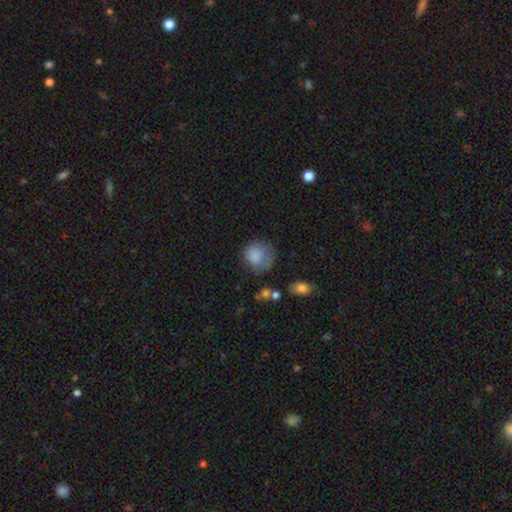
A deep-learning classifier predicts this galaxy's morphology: Smooth or featured: smooth — 79% (featured or disk — 12%)
How rounded: round — 81% (in between — 18%)
Merging: none — 50% (minor disturbance — 27%)